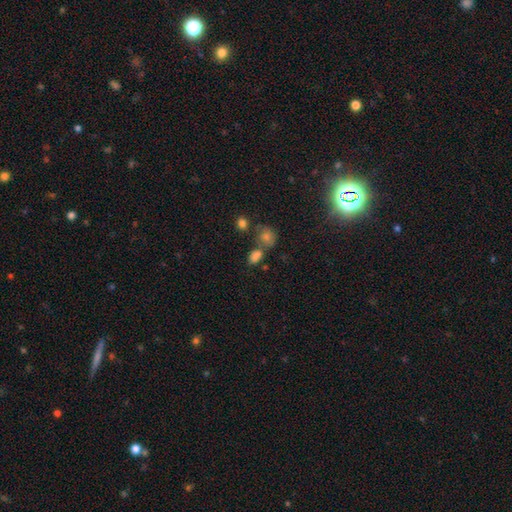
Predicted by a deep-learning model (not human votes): This is likely a smooth galaxy (79%). How rounded: likely in between (77%). Merging: possibly none (48%).